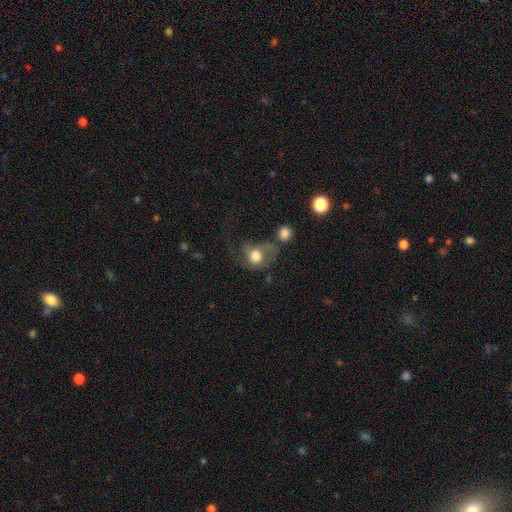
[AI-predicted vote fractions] Morphology: type=smooth (55%); roundness=round (57%); merging=major disturbance (38%).